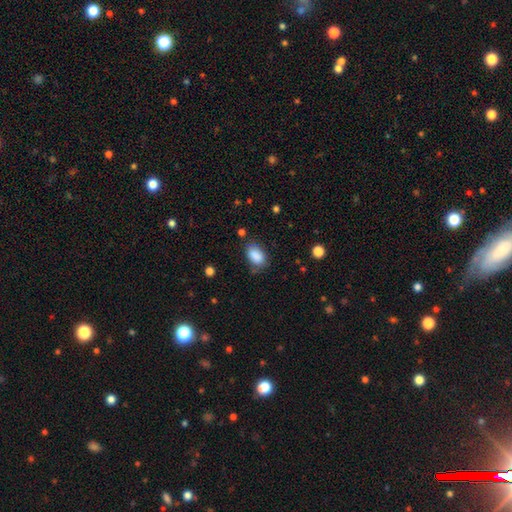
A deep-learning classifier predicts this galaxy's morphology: Smooth or featured? Predicted: smooth (p=0.86). How rounded? Predicted: in between (p=0.89). Merging? Predicted: none (p=0.68).